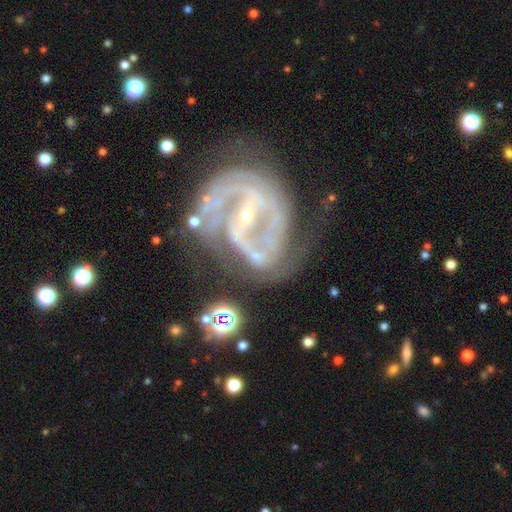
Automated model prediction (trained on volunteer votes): Smooth or featured? Predicted: featured or disk (p=0.89). Edge-on disk? Predicted: no (p=0.98). Bar? Predicted: strong (p=0.59). Spiral arms? Predicted: yes (p=0.95). Spiral winding? Predicted: medium (p=0.49). Spiral arm count? Predicted: 2 (p=0.65). Bulge size? Predicted: small (p=0.84). Merging? Predicted: none (p=0.52).